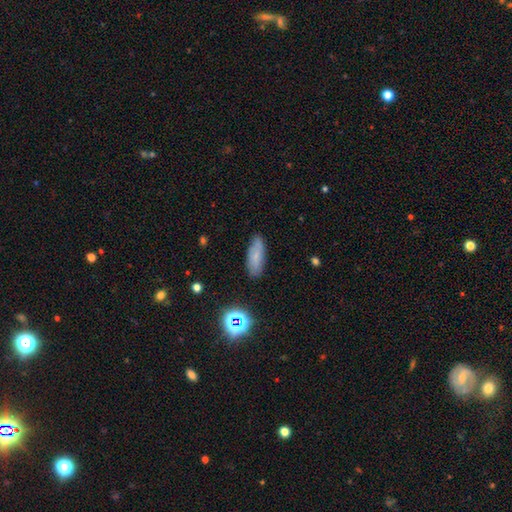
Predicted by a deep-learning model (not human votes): Morphology: type=smooth (69%); roundness=in between (69%); merging=none (81%).